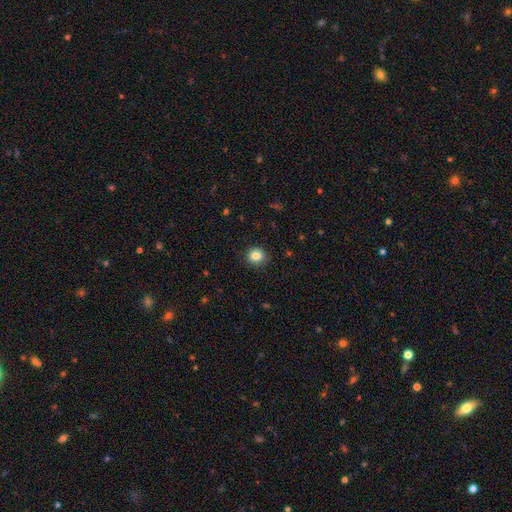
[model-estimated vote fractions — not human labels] smooth-or-featured: smooth: 84% | star or artifact: 11% | featured or disk: 6%
  how-rounded: round: 87% | in between: 12% | cigar-shaped: 1%
  merging: none: 91% | minor disturbance: 6% | major disturbance: 2% | merger: 1%